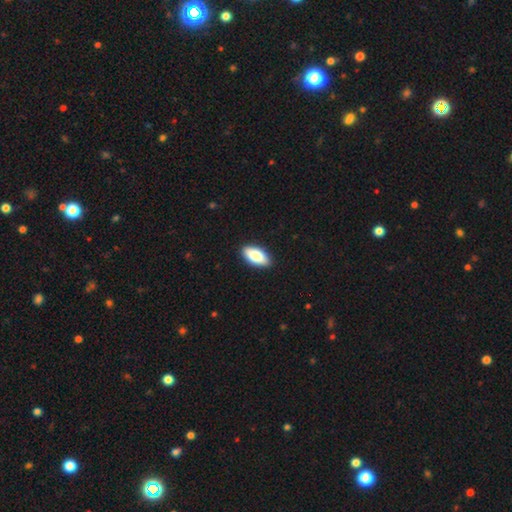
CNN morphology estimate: A smooth galaxy with no disk features (79%) that is in between round and cigar-shaped (91%).

Vote fractions:
- Smooth or featured? smooth: 79% / featured or disk: 14% / star or artifact: 6%
- How rounded? in between: 91% / cigar-shaped: 7% / round: 3%
- Merging? none: 90% / minor disturbance: 7% / major disturbance: 2% / merger: 1%